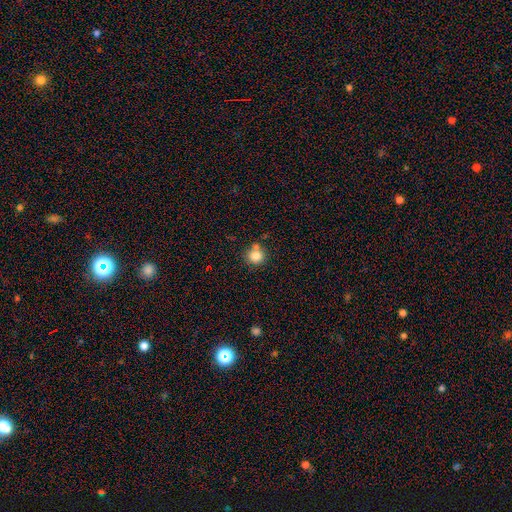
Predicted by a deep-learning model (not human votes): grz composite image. It shows a smooth galaxy with no disk features (83%) that is round (91%). Merging: none (64%).